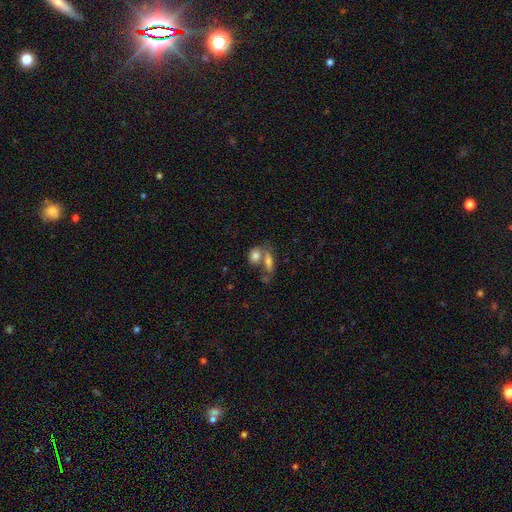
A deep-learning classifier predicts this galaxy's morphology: smooth_or_featured: smooth (p=0.77) [alt: featured or disk p=0.14]
how_rounded: in between (p=0.68) [alt: round p=0.27]
merging: merger (p=0.51) [alt: none p=0.33]